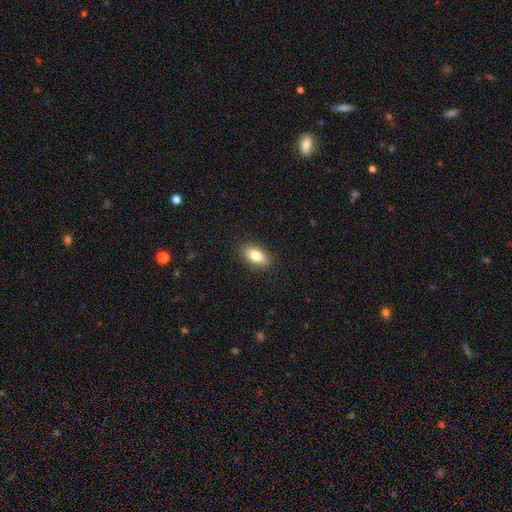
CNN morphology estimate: A smooth galaxy with no disk features (83%) that is in between round and cigar-shaped (90%).

Vote fractions:
- Smooth or featured? smooth: 83% / featured or disk: 10% / star or artifact: 7%
- How rounded? in between: 90% / cigar-shaped: 5% / round: 5%
- Merging? none: 89% / minor disturbance: 8% / major disturbance: 2% / merger: 1%